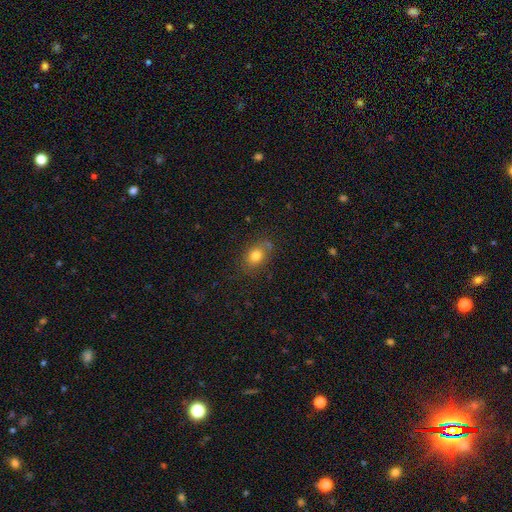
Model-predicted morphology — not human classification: Smooth or featured? Predicted: smooth (p=0.79). How rounded? Predicted: in between (p=0.64). Merging? Predicted: none (p=0.74).